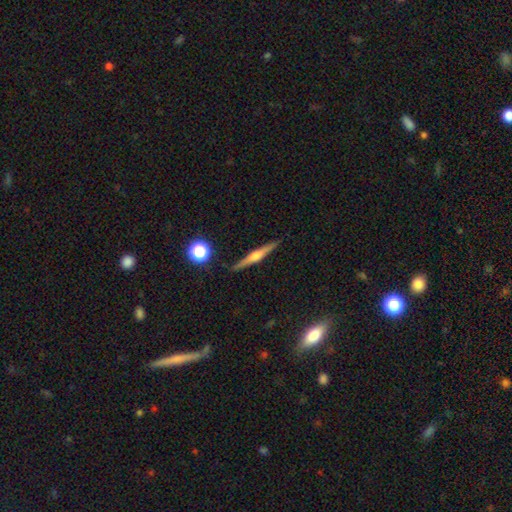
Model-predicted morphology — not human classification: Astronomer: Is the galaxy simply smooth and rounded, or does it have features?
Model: featured or disk — 71%.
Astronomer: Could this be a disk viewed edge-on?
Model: yes — 98%.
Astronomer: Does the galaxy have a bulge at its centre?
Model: rounded — 83%.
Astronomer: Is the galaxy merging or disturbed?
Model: none — 90%.